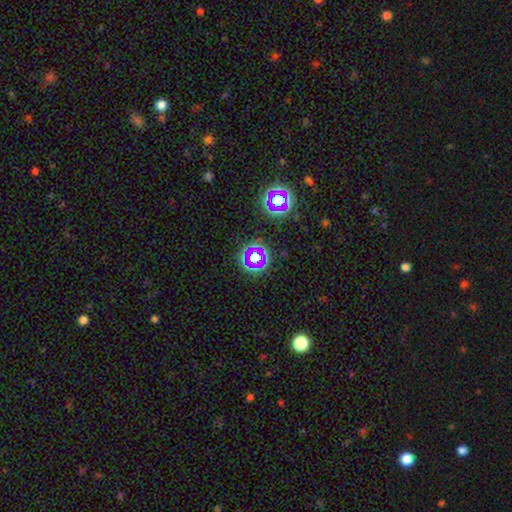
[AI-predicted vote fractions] This appears to be a star or artifact, not a galaxy (53%).